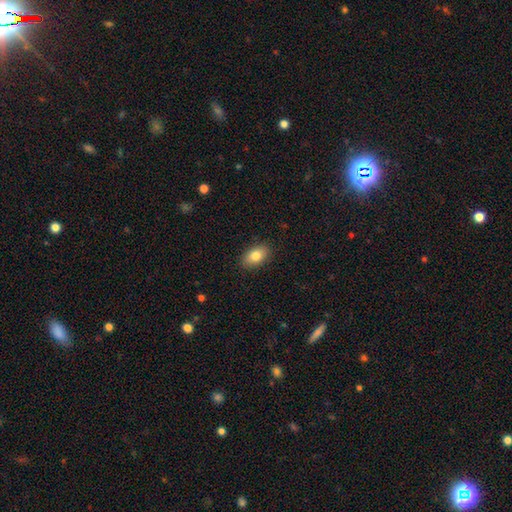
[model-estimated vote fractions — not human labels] Overall: smooth (82%). How rounded: in between (90%). Merging: none (89%).